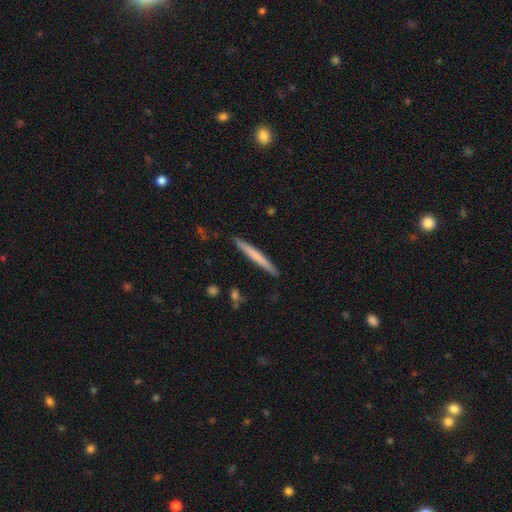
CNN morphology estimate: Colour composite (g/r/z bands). It shows a smooth galaxy with no disk features (63%) that is cigar-shaped (97%). Merging: none (91%).